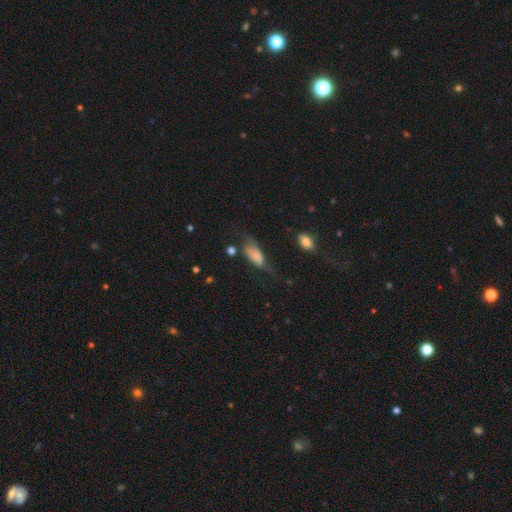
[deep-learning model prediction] Smooth or featured? Predicted: smooth (p=0.71). How rounded? Predicted: in between (p=0.75). Merging? Predicted: none (p=0.35).